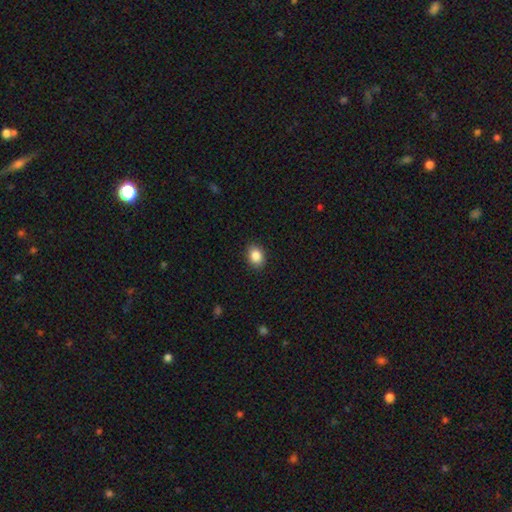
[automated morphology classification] smooth 86%, star or artifact 9%, featured or disk 5%. Down the decision tree: how rounded — in between (67%); merging — none (89%).